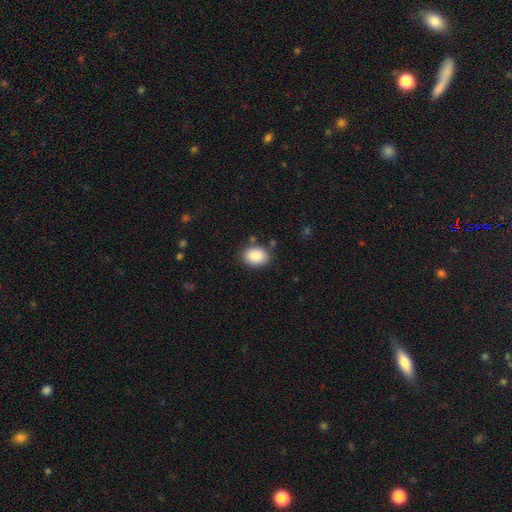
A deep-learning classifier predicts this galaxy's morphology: Smooth or featured?
  - smooth: 89% *
  - star or artifact: 7%
  - featured or disk: 4%
How rounded?
  - in between: 69% *
  - round: 30%
  - cigar-shaped: 1%
Merging?
  - none: 82% *
  - minor disturbance: 12%
  - major disturbance: 3%
  - merger: 3%